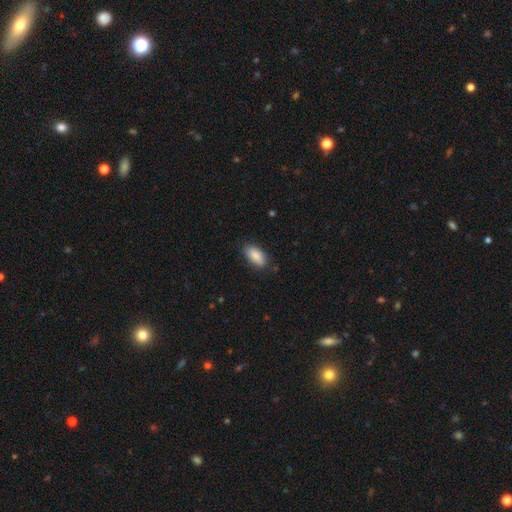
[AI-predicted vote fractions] Smooth or featured? smooth (88%)
How rounded? in between (91%)
Merging? none (82%)